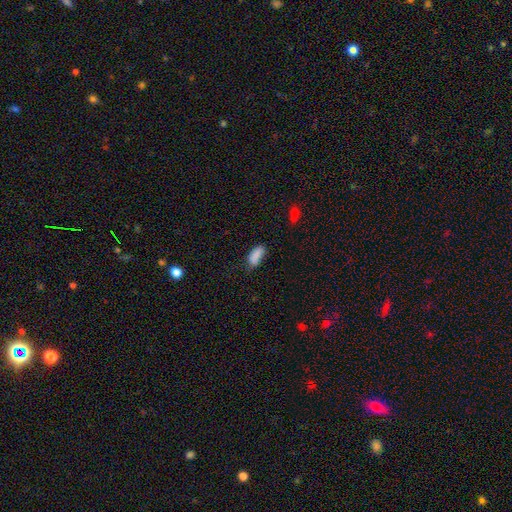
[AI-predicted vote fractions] This appears to be a smooth galaxy with no disk features (85%) that is in between round and cigar-shaped (85%). Merging: none (56%).